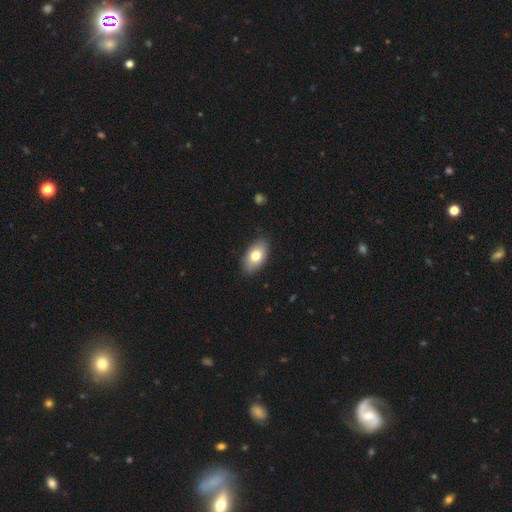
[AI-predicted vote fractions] Q: Smooth or featured?
A: smooth (76%); runner-up: featured or disk (17%)
Q: How rounded?
A: in between (92%); runner-up: round (6%)
Q: Merging?
A: none (87%); runner-up: minor disturbance (10%)